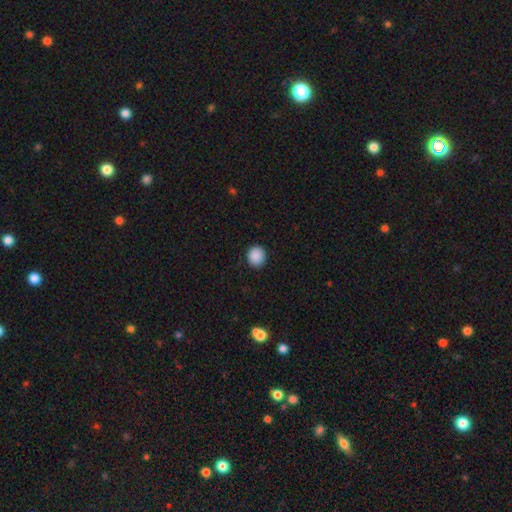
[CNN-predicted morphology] This is clearly a smooth galaxy (89%). How rounded: clearly round (82%). Merging: clearly none (91%).